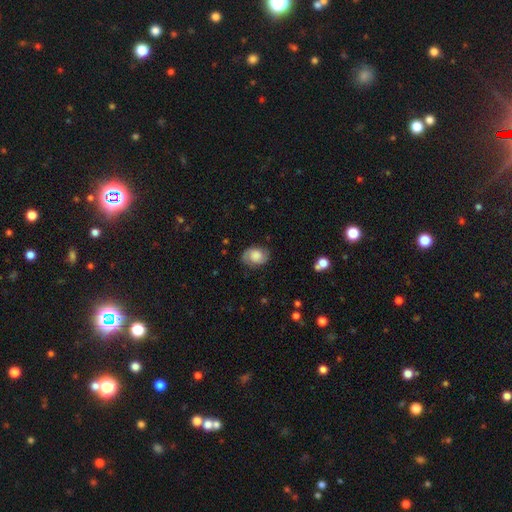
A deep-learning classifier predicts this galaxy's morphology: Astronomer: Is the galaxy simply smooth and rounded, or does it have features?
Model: smooth — 49% (runner-up: featured or disk, 42%).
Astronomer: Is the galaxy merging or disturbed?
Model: none — 76%.